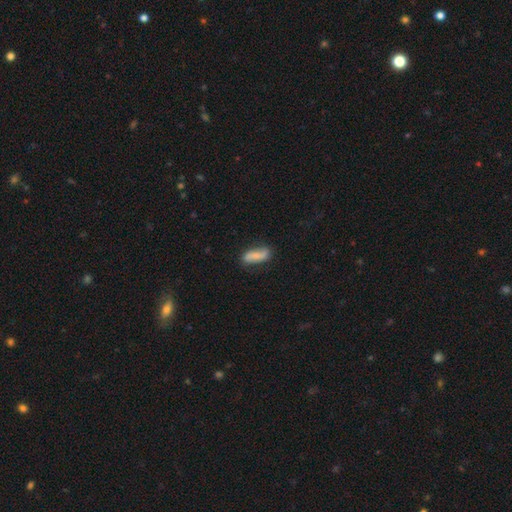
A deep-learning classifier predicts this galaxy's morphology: Overall: smooth (62%; featured or disk 31%). How rounded: in between (60%; cigar-shaped 37%). Merging: none (72%).